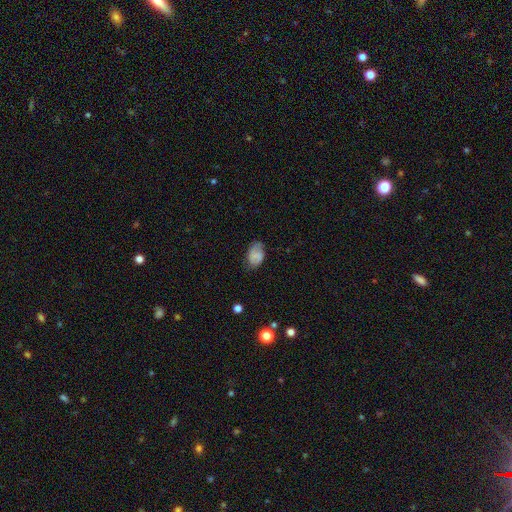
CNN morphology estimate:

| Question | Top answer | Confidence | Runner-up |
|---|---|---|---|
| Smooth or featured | smooth | 69% | featured or disk (22%) |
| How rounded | in between | 89% | round (10%) |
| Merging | none | 66% | minor disturbance (25%) |